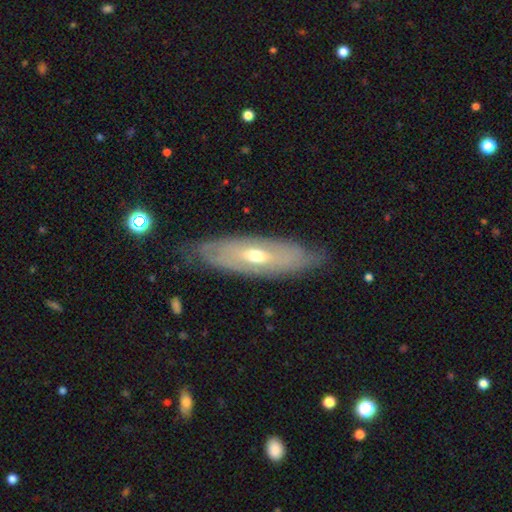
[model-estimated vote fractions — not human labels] This is likely a featured or disk galaxy (64%). It is likely not viewed edge-on (69%). Merging: likely none (78%).